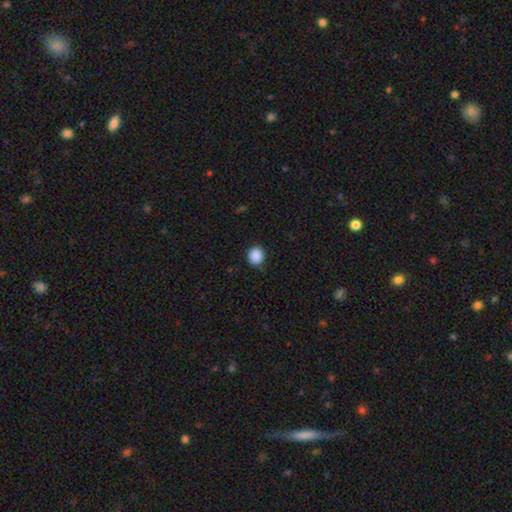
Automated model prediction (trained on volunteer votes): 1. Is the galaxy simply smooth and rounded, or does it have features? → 89% smooth, 9% star or artifact, 2% featured or disk.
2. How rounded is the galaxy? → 77% round, 22% in between, 1% cigar-shaped.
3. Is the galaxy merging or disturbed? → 84% none, 12% minor disturbance, 3% major disturbance, 1% merger.